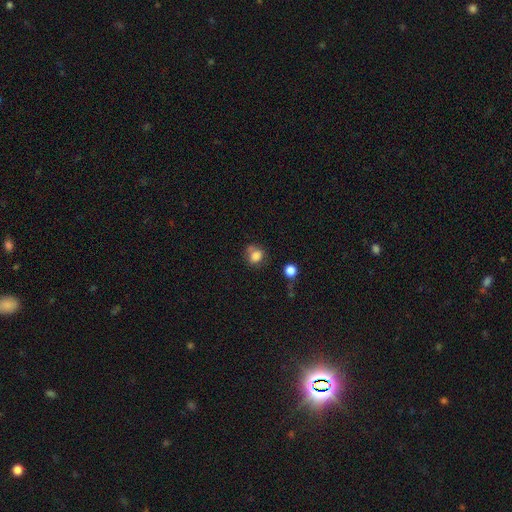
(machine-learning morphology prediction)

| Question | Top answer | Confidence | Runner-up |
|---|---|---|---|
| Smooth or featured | smooth | 79% | star or artifact (12%) |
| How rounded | round | 58% | in between (41%) |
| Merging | none | 49% | minor disturbance (23%) |